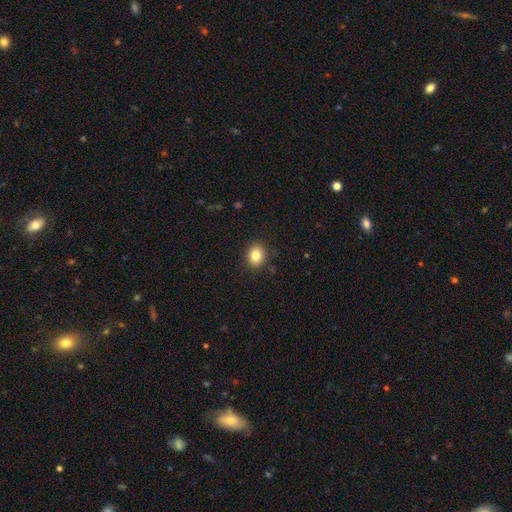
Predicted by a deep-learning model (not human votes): smooth_or_featured: smooth (p=0.83) [alt: star or artifact p=0.10]
how_rounded: round (p=0.57) [alt: in between p=0.42]
merging: none (p=0.89) [alt: minor disturbance p=0.08]